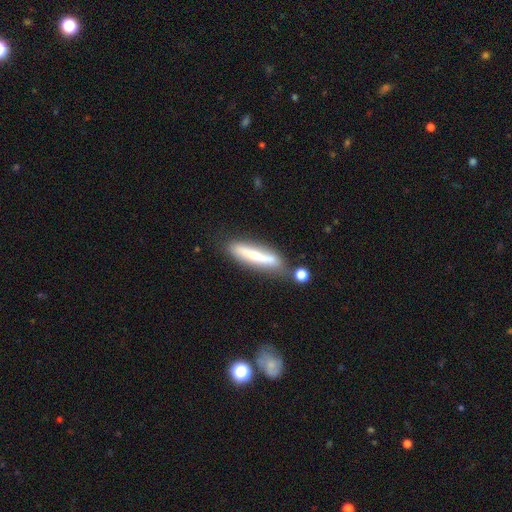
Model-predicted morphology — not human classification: Overall: smooth (50%; featured or disk 43%). How rounded: cigar-shaped (83%). Merging: none (65%).